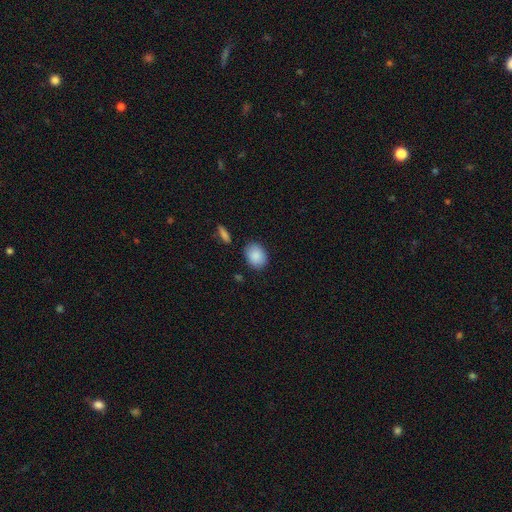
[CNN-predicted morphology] Overall: smooth (89%). How rounded: in between (61%; round 38%). Merging: none (83%).